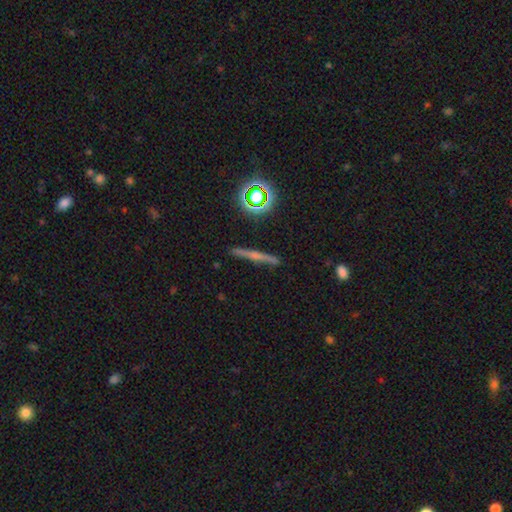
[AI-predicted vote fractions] smooth-or-featured: featured or disk: 58% | smooth: 27% | star or artifact: 15%
  disk-edge-on: yes: 96% | no: 4%
    edge-on-bulge: rounded: 68% | none: 23% | boxy: 9%
  merging: none: 89% | minor disturbance: 7% | major disturbance: 2% | merger: 2%